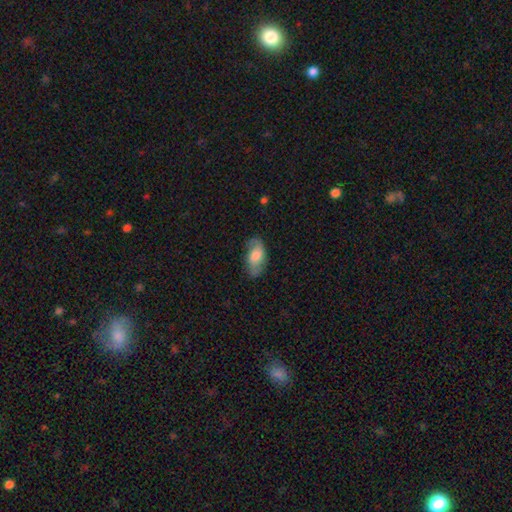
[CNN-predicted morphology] This is possibly a smooth galaxy (54%). How rounded: clearly in between (92%). Merging: likely none (70%).